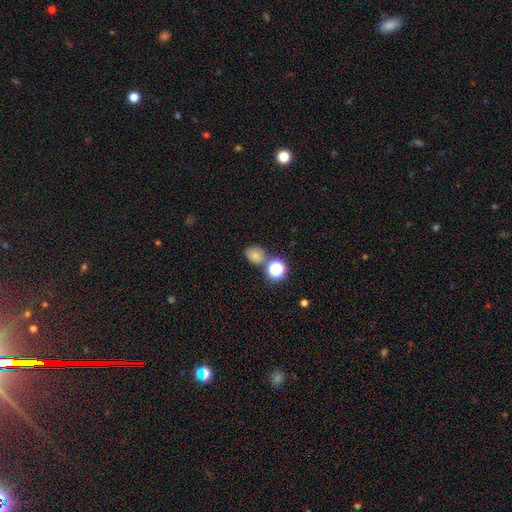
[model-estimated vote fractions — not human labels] smooth-or-featured: smooth: 72% | star or artifact: 19% | featured or disk: 9%
  how-rounded: round: 55% | in between: 44% | cigar-shaped: 1%
  merging: none: 66% | merger: 18% | minor disturbance: 12% | major disturbance: 4%